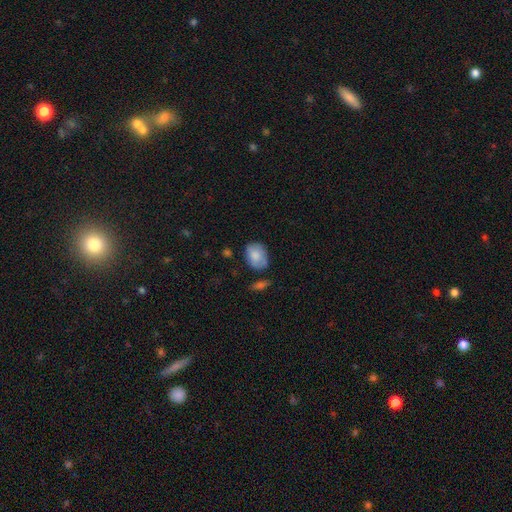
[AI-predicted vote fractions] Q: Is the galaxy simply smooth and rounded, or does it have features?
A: smooth — 80%.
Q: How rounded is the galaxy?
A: in between — 68%.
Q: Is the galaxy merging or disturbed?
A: none — 64%.